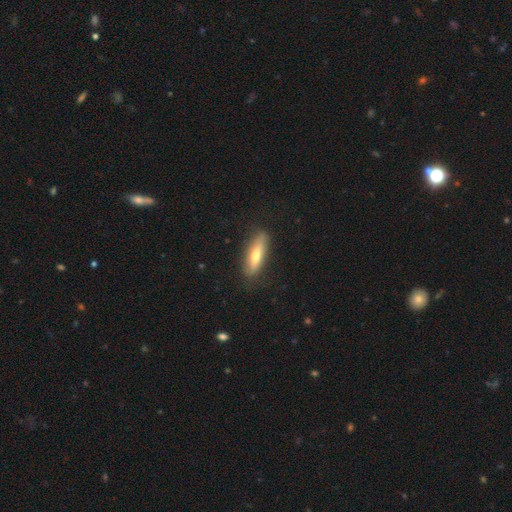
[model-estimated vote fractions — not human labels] A smooth galaxy with no disk features (58%) that is cigar-shaped (62%). Merging: none (83%).